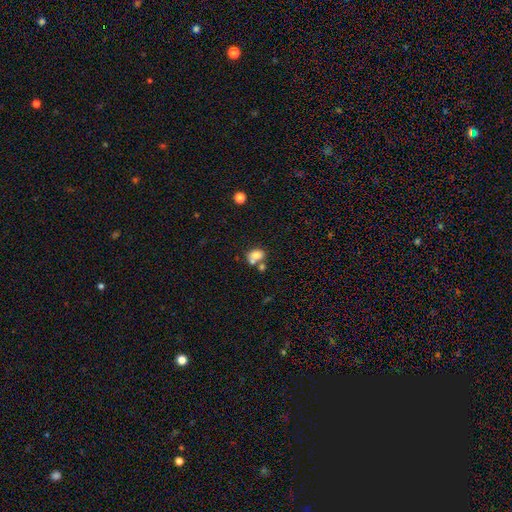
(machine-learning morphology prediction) smooth-or-featured: smooth: 76% | featured or disk: 13% | star or artifact: 11%
  how-rounded: in between: 68% | round: 31% | cigar-shaped: 1%
  merging: merger: 42% | none: 40% | minor disturbance: 13% | major disturbance: 6%